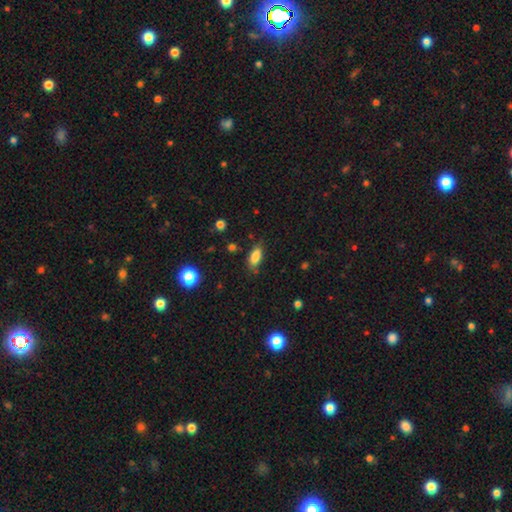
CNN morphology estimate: The model was most divided on "merging": none: 75%, minor disturbance: 18%, major disturbance: 4%, merger: 2%. More confident: how rounded — in between (85%); smooth or featured — smooth (84%).